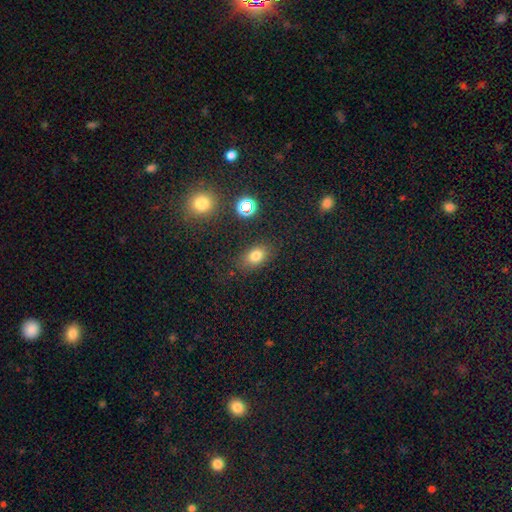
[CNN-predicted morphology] Smooth or featured?
  - smooth: 76% *
  - star or artifact: 15%
  - featured or disk: 9%
How rounded?
  - in between: 78% *
  - round: 20%
  - cigar-shaped: 2%
Merging?
  - none: 81% *
  - minor disturbance: 12%
  - major disturbance: 4%
  - merger: 2%